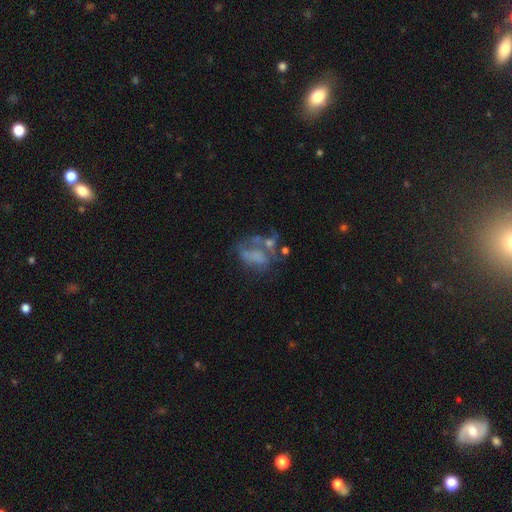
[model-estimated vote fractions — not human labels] Overall: featured or disk (50%; smooth 34%). Edge-on disk: no (97%). Merging: major disturbance (36%; none 26%).